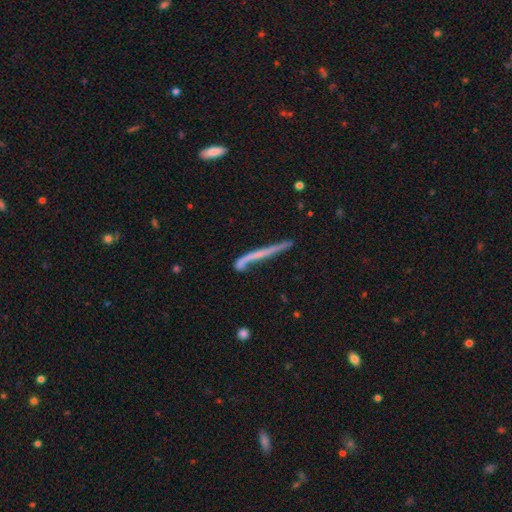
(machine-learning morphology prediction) A featured or disk galaxy (54%) viewed edge-on (90%). Merging: none (64%).